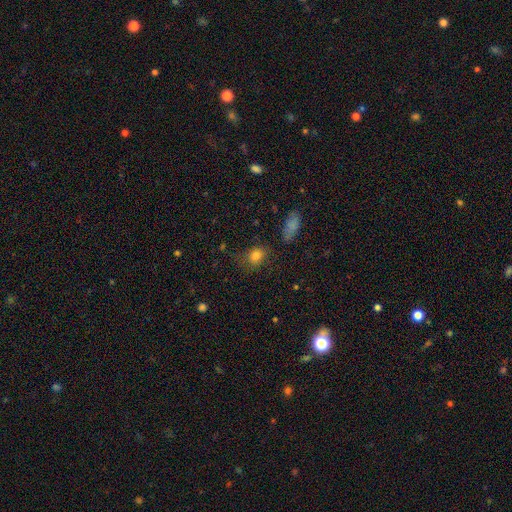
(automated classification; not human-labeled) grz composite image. It shows a smooth galaxy with no disk features (80%) that is in between round and cigar-shaped (52%). Merging: none (70%).